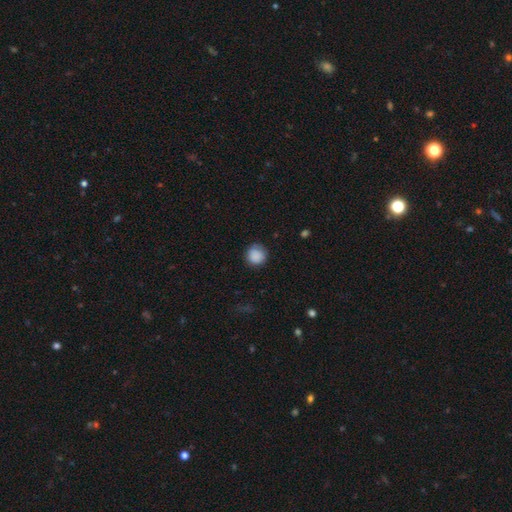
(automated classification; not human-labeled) Q: Smooth or featured?
A: smooth (88%); runner-up: star or artifact (8%)
Q: How rounded?
A: round (92%); runner-up: in between (7%)
Q: Merging?
A: none (81%); runner-up: minor disturbance (14%)